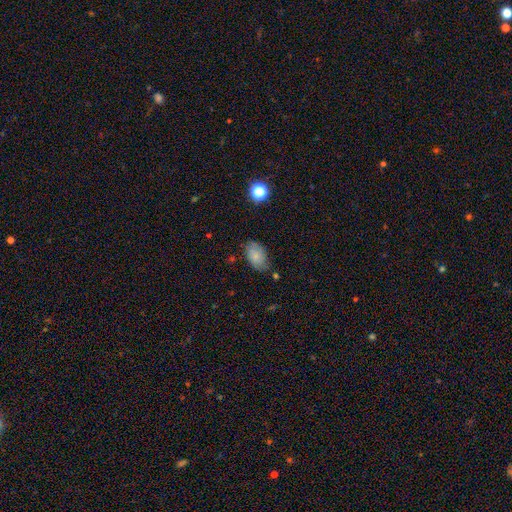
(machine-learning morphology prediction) Q: Smooth or featured?
A: smooth (77%); runner-up: featured or disk (14%)
Q: How rounded?
A: in between (91%); runner-up: round (8%)
Q: Merging?
A: none (70%); runner-up: minor disturbance (22%)